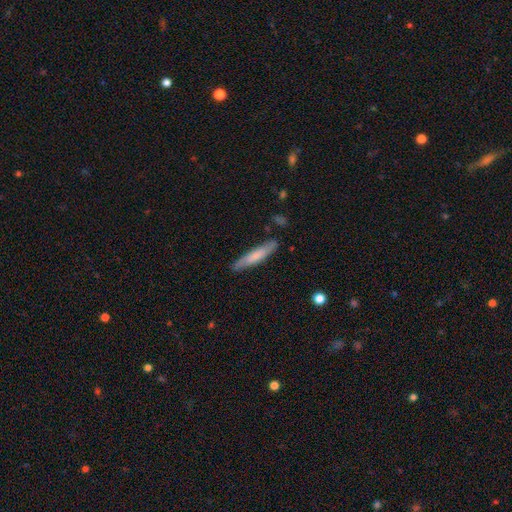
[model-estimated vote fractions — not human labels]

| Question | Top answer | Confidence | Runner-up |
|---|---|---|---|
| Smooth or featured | smooth | 68% | featured or disk (27%) |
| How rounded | cigar-shaped | 91% | in between (8%) |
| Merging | none | 83% | minor disturbance (12%) |